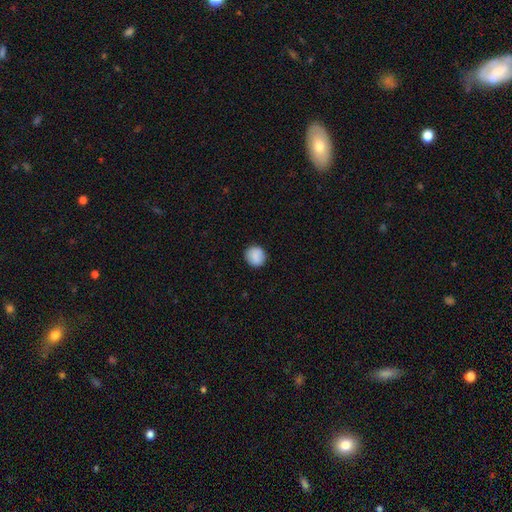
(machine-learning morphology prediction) This is clearly a smooth galaxy (87%). How rounded: clearly round (90%). Merging: clearly none (90%).